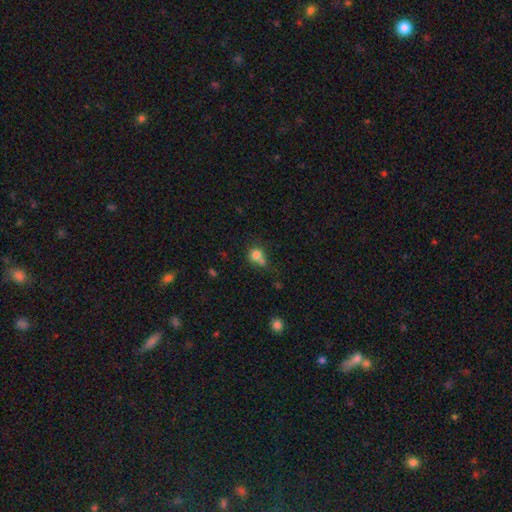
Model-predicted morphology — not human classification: A smooth galaxy with no disk features (74%) that is round (70%).

Vote fractions:
- Smooth or featured? smooth: 74% / featured or disk: 14% / star or artifact: 12%
- How rounded? round: 70% / in between: 29% / cigar-shaped: 1%
- Merging? merger: 49% / none: 33% / minor disturbance: 12% / major disturbance: 6%